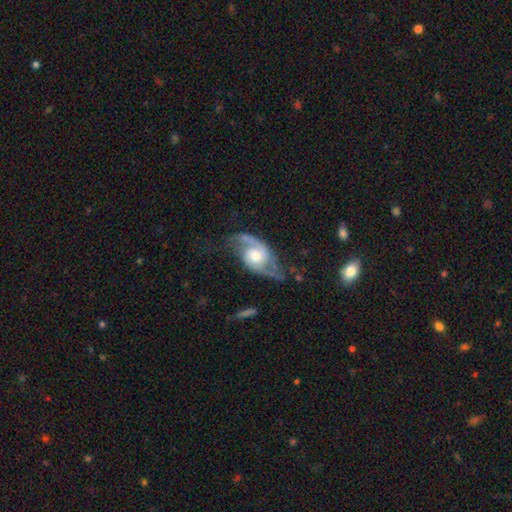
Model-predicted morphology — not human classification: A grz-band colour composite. It shows a featured or disk galaxy (86%) with no bar (65%), 2 (89%) loose (44%) spiral arms (95%) and a moderate central bulge (66%). Merging: none (62%).